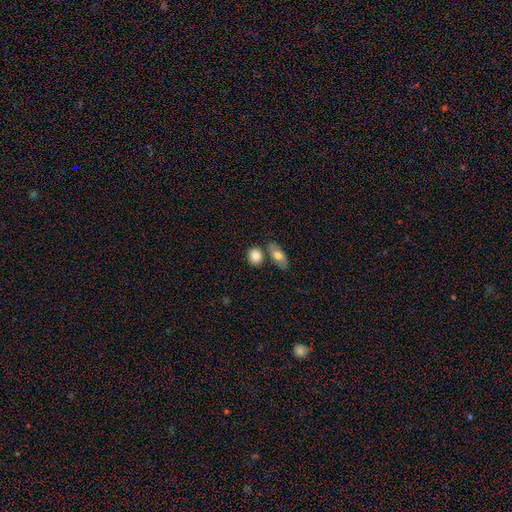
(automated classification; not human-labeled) Morphology: type=smooth (83%); roundness=round (56%); merging=none (62%).